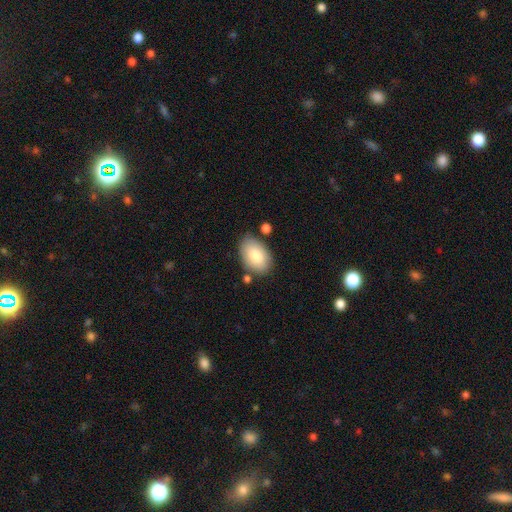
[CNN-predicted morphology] Smooth or featured: smooth — 83% (featured or disk — 11%)
How rounded: in between — 92% (round — 7%)
Merging: none — 78% (minor disturbance — 14%)